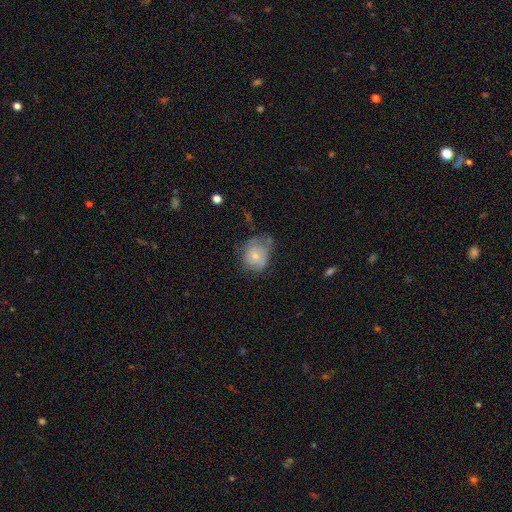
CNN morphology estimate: This appears to be a smooth galaxy with no disk features (66%) that is round (66%). Merging: none (46%).